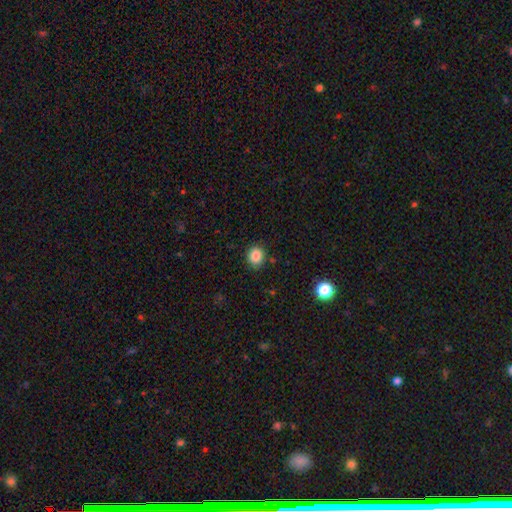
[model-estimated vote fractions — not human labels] smooth-or-featured: smooth: 86% | star or artifact: 10% | featured or disk: 4%
  how-rounded: round: 70% | in between: 29% | cigar-shaped: 1%
  merging: none: 85% | minor disturbance: 11% | major disturbance: 3% | merger: 2%